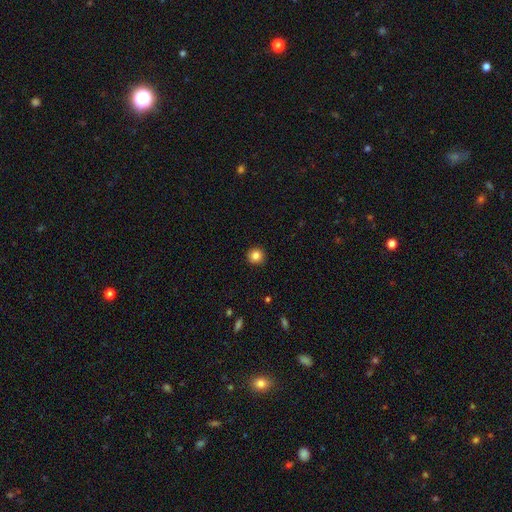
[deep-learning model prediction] smooth-or-featured: smooth: 84% | star or artifact: 10% | featured or disk: 5%
  how-rounded: round: 94% | in between: 5% | cigar-shaped: 1%
  merging: none: 93% | minor disturbance: 5% | major disturbance: 2% | merger: 1%